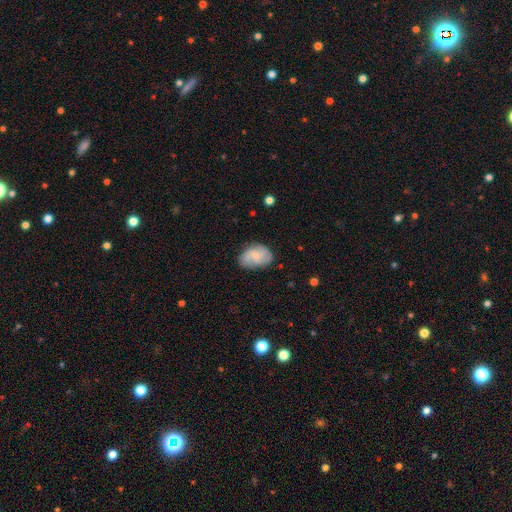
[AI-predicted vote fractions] Q: Smooth or featured?
A: smooth (49%); runner-up: featured or disk (44%)
Q: Merging?
A: none (68%); runner-up: minor disturbance (25%)